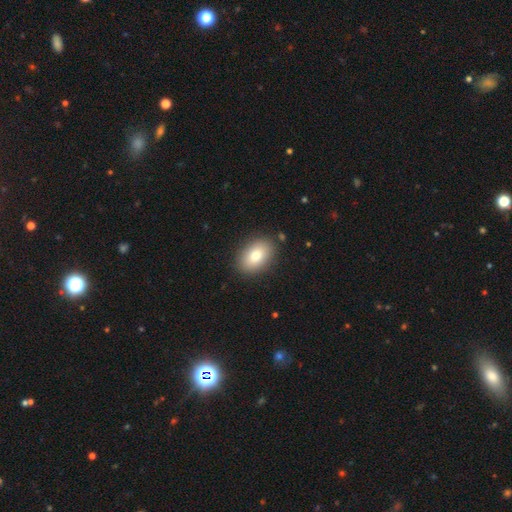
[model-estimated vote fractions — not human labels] Smooth or featured?
  - smooth: 80% *
  - featured or disk: 11%
  - star or artifact: 8%
How rounded?
  - in between: 85% *
  - round: 14%
  - cigar-shaped: 1%
Merging?
  - none: 87% *
  - minor disturbance: 9%
  - major disturbance: 2%
  - merger: 2%